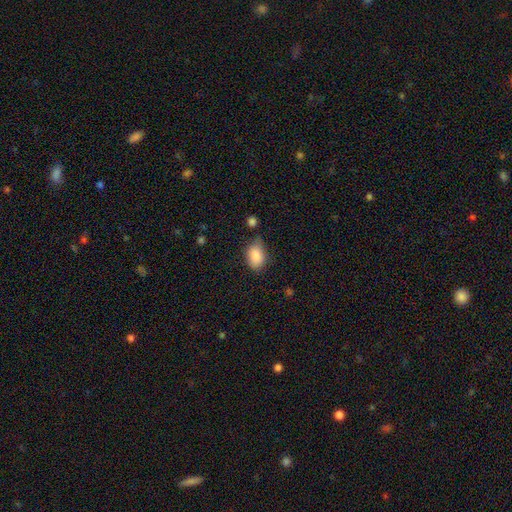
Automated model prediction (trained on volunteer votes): smooth 85%, star or artifact 8%, featured or disk 7%. Down the decision tree: how rounded — in between (83%); merging — none (63%).